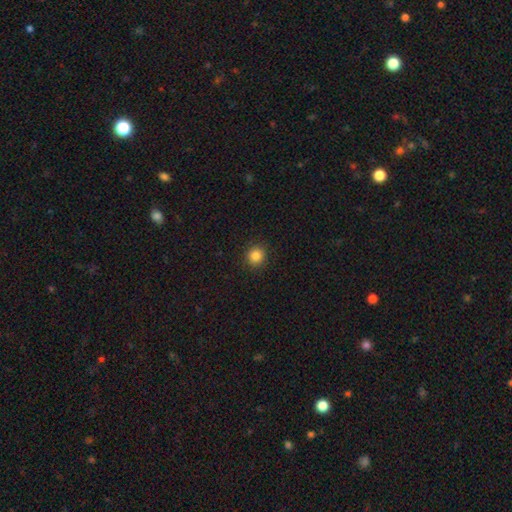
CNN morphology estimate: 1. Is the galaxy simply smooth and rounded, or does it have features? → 84% smooth, 11% star or artifact, 4% featured or disk.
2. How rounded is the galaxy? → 92% round, 7% in between, 1% cigar-shaped.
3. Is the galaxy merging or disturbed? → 92% none, 5% minor disturbance, 2% major disturbance, 1% merger.